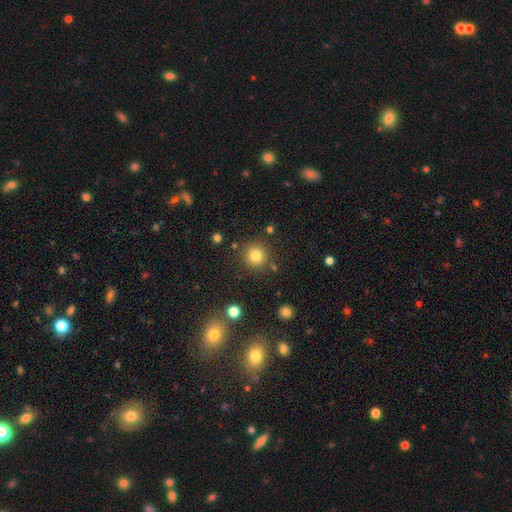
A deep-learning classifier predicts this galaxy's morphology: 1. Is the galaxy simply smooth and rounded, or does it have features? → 80% smooth, 13% star or artifact, 6% featured or disk.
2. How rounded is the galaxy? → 94% round, 5% in between, 1% cigar-shaped.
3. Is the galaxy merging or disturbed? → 87% none, 7% minor disturbance, 3% merger, 3% major disturbance.